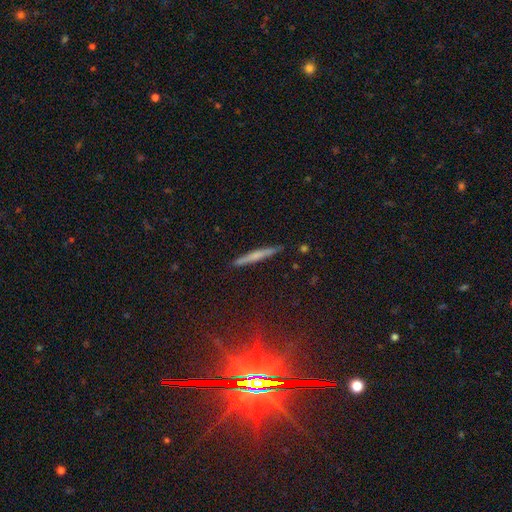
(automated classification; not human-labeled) Smooth or featured? smooth (49%)
Merging? none (88%)